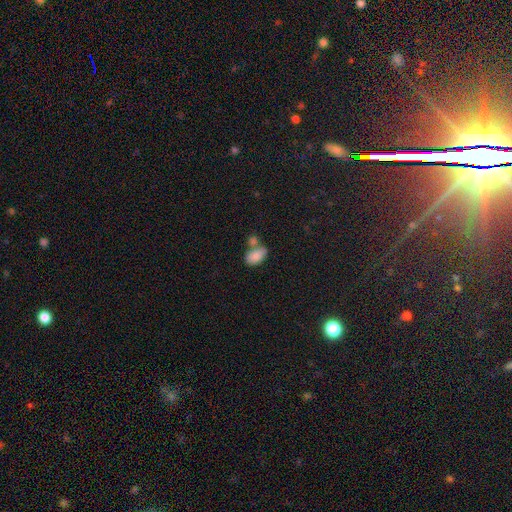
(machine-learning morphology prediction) smooth-or-featured: smooth: 85% | featured or disk: 8% | star or artifact: 8%
  how-rounded: in between: 92% | round: 7% | cigar-shaped: 2%
  merging: none: 41% | merger: 40% | minor disturbance: 14% | major disturbance: 5%